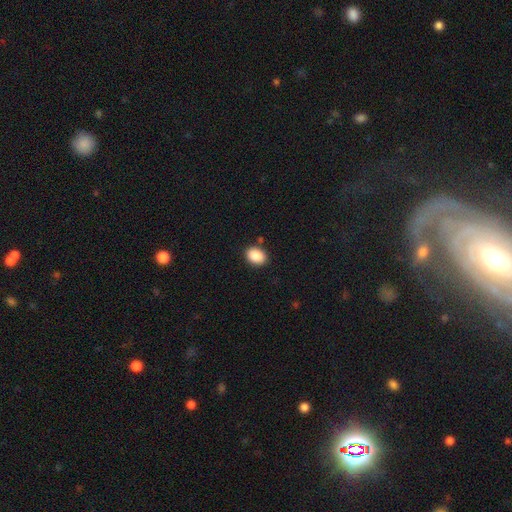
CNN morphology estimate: smooth_or_featured: smooth (p=0.89) [alt: star or artifact p=0.08]
how_rounded: in between (p=0.69) [alt: round p=0.30]
merging: none (p=0.86) [alt: minor disturbance p=0.09]